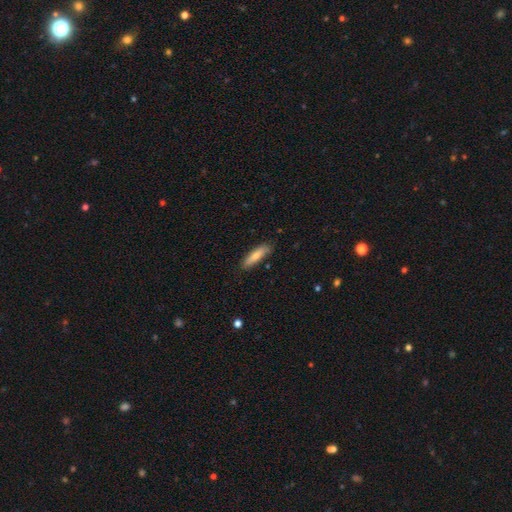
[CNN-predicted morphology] Smooth or featured? smooth (73%)
How rounded? cigar-shaped (71%)
Merging? none (85%)